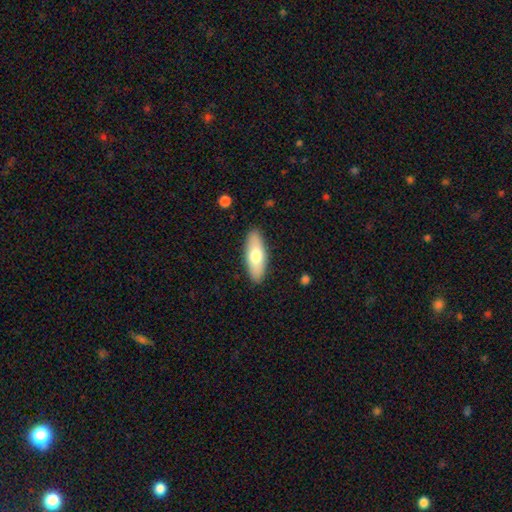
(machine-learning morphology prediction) Overall: smooth (70%). How rounded: in between (69%). Merging: none (89%).